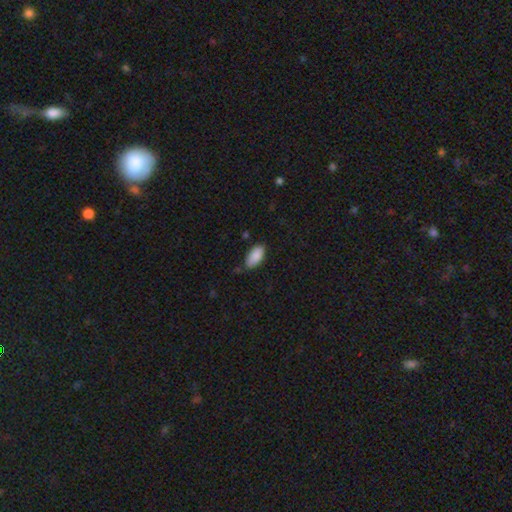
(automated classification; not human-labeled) Morphology: type=smooth (88%); roundness=in between (93%); merging=none (73%).